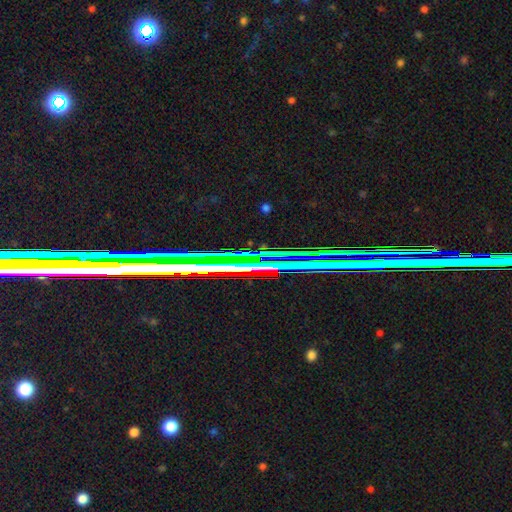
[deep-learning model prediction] Overall: star or artifact (73%).